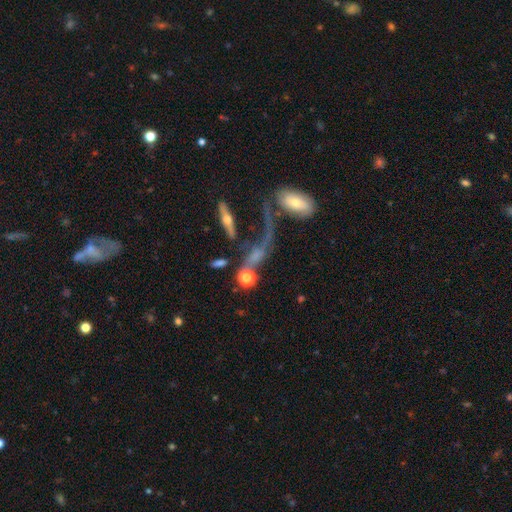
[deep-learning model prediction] The model was most divided on "merging": none: 30%, merger: 29%, major disturbance: 28%, minor disturbance: 13%. Remaining: smooth or featured — featured or disk (49%).